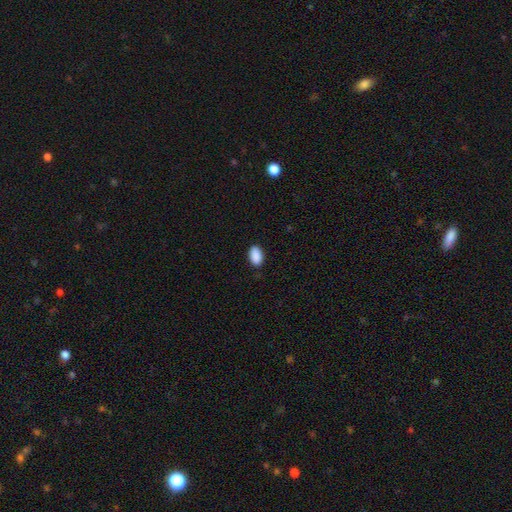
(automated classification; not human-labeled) This is clearly a smooth galaxy (90%). How rounded: clearly in between (93%). Merging: clearly none (86%).